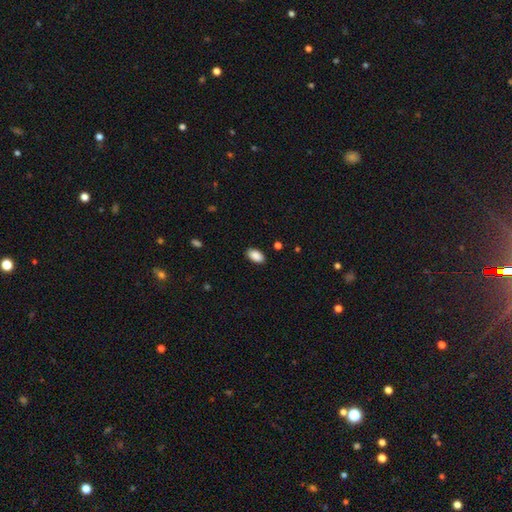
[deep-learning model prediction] Overall: smooth (90%). How rounded: in between (94%). Merging: none (88%).